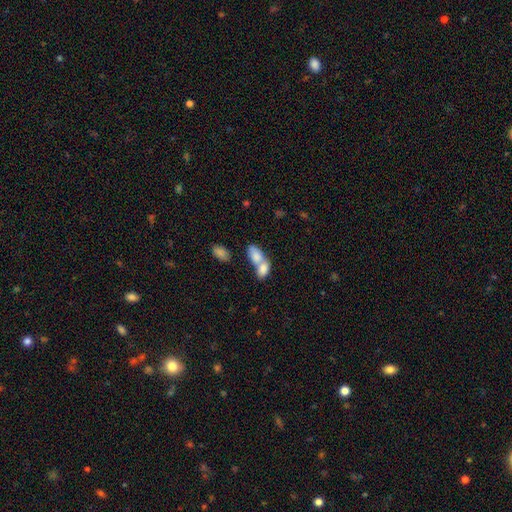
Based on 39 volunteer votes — smooth 79%, featured or disk 10%, star or artifact 10%. Down the decision tree: how rounded — in between (81%); merging — merger (66%).